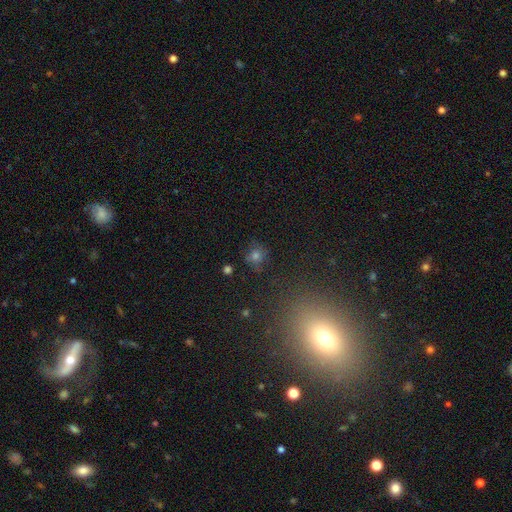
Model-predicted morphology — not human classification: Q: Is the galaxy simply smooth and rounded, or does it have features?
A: smooth — 62%.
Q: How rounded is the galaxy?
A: round — 84%.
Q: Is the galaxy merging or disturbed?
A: none — 73%.